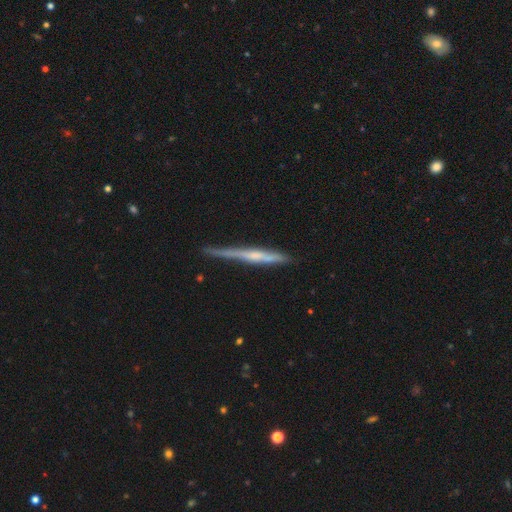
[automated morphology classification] Q: Smooth or featured?
A: featured or disk (63%); runner-up: smooth (31%)
Q: Edge-on disk?
A: yes (97%); runner-up: no (3%)
Q: Edge-on bulge?
A: none (51%); runner-up: rounded (37%)
Q: Merging?
A: none (75%); runner-up: minor disturbance (20%)